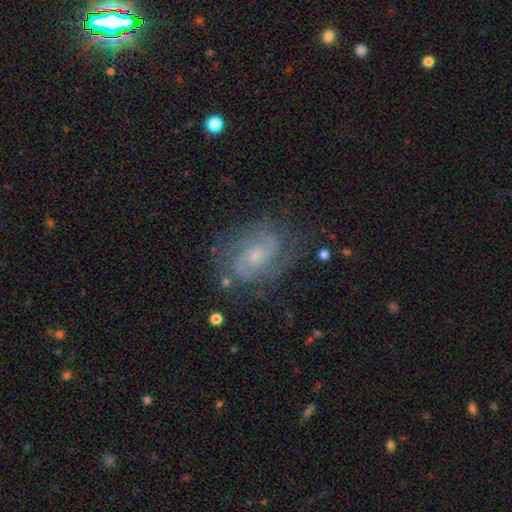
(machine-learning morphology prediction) The model was most divided on "spiral winding": tight: 47%, medium: 42%, loose: 11%. More confident: edge-on disk — no (97%); spiral arms — yes (95%); smooth or featured — featured or disk (82%); merging — none (73%); bulge size — small (68%); bar — no (59%); spiral arm count — 2 (58%).